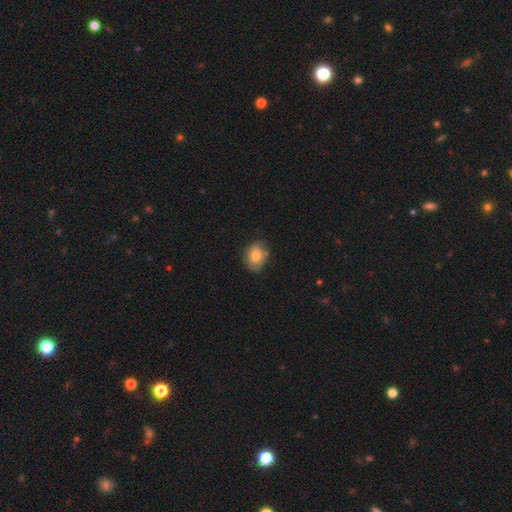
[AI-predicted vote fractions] This appears to be a smooth galaxy with no disk features (78%) that is in between round and cigar-shaped (58%). Merging: none (69%).